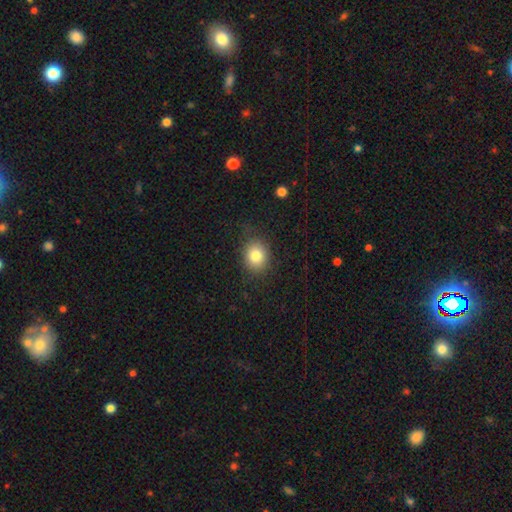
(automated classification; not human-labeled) The model was most divided on "how rounded": round: 62%, in between: 37%, cigar-shaped: 1%. More confident: smooth or featured — smooth (82%); merging — none (82%).